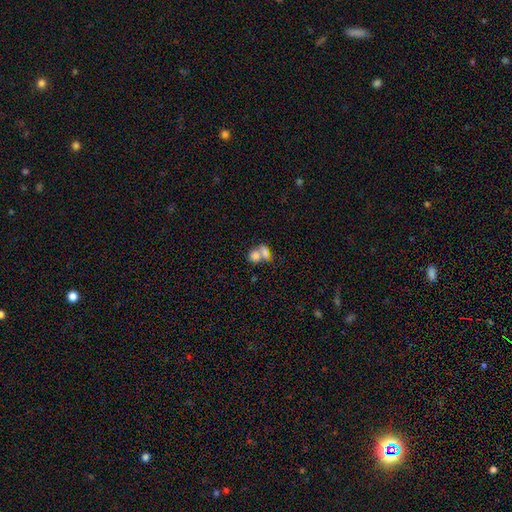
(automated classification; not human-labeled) This is likely a smooth galaxy (75%). How rounded: possibly in between (52%). Merging: likely merger (62%).